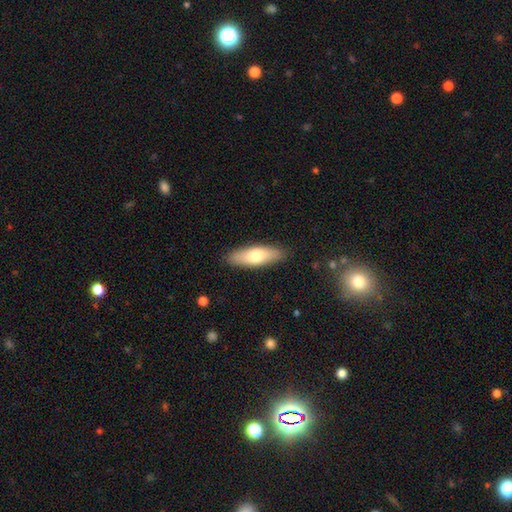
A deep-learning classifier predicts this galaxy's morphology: Q: Smooth or featured?
A: smooth (70%); runner-up: featured or disk (25%)
Q: How rounded?
A: in between (53%); runner-up: cigar-shaped (45%)
Q: Merging?
A: none (89%); runner-up: minor disturbance (9%)